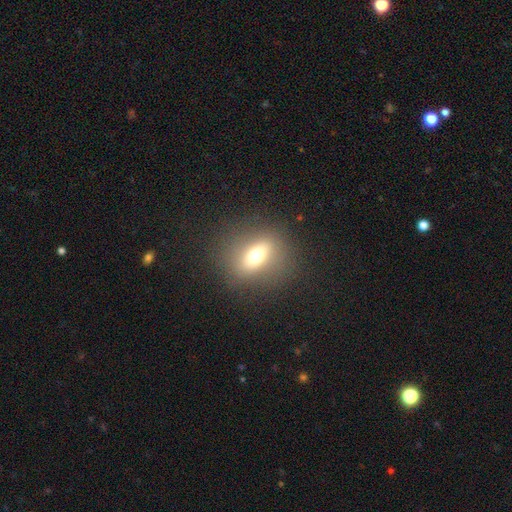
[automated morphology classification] A smooth galaxy with no disk features (62%) that is in between round and cigar-shaped (58%). Merging: none (83%).